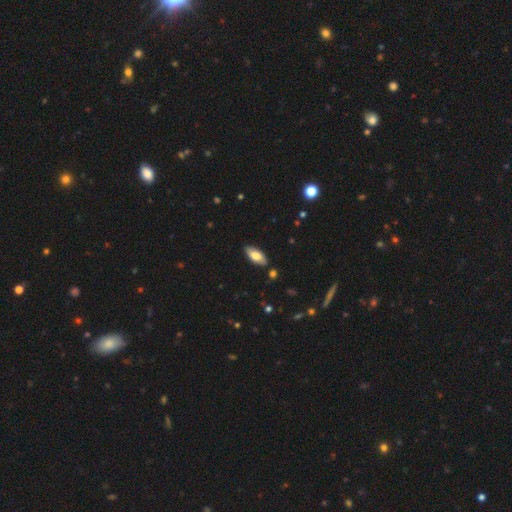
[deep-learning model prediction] A smooth galaxy with no disk features (74%) that is in between round and cigar-shaped (84%). Merging: none (85%).